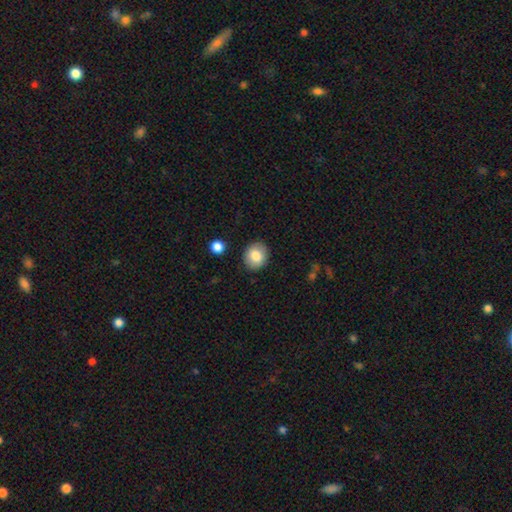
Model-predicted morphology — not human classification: Smooth or featured? Predicted: smooth (p=0.81). How rounded? Predicted: round (p=0.61). Merging? Predicted: none (p=0.88).